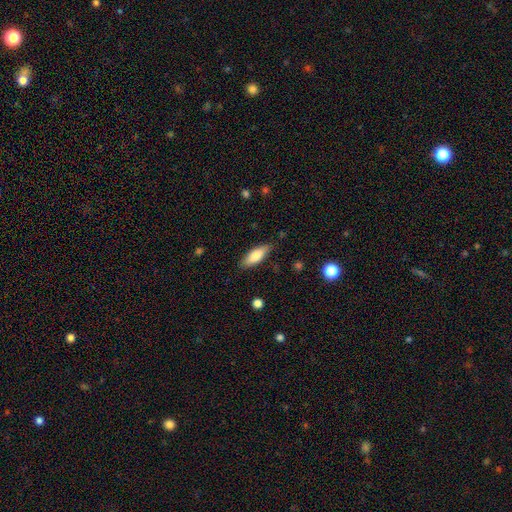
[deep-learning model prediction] Overall: smooth (77%). How rounded: in between (64%; cigar-shaped 34%). Merging: none (84%).